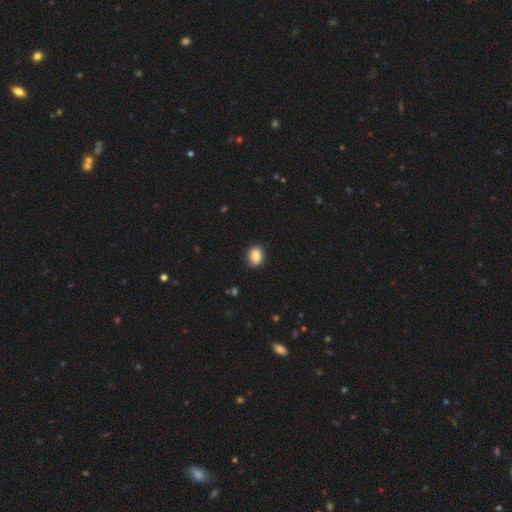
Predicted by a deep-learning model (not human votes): Morphology: type=smooth (86%); roundness=in between (56%); merging=none (89%).